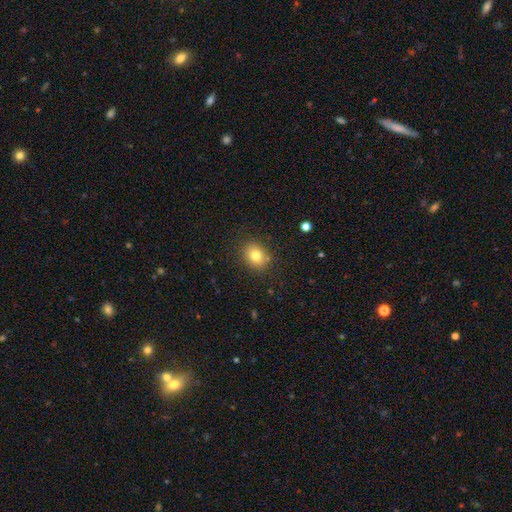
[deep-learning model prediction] Overall: smooth (80%). How rounded: round (57%; in between 42%). Merging: none (84%).